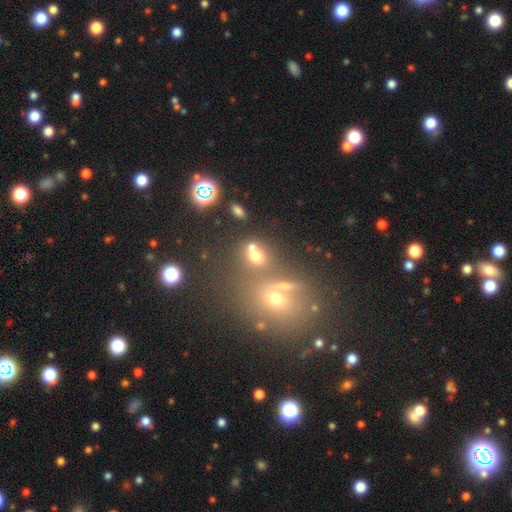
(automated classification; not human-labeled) This is likely a smooth galaxy (66%). How rounded: likely round (60%). Merging: possibly none (48%).